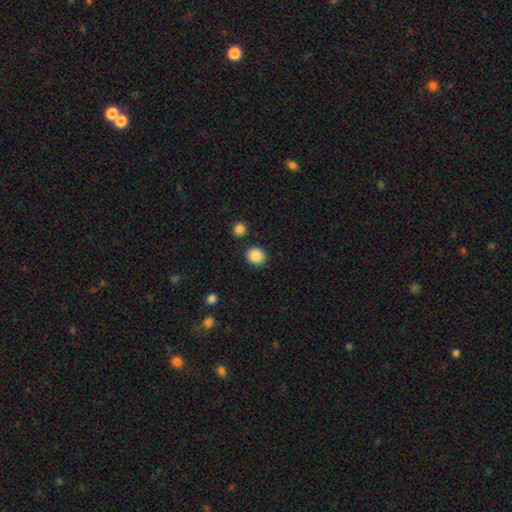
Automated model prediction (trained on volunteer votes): Smooth or featured? Predicted: smooth (p=0.87). How rounded? Predicted: round (p=0.83). Merging? Predicted: none (p=0.88).